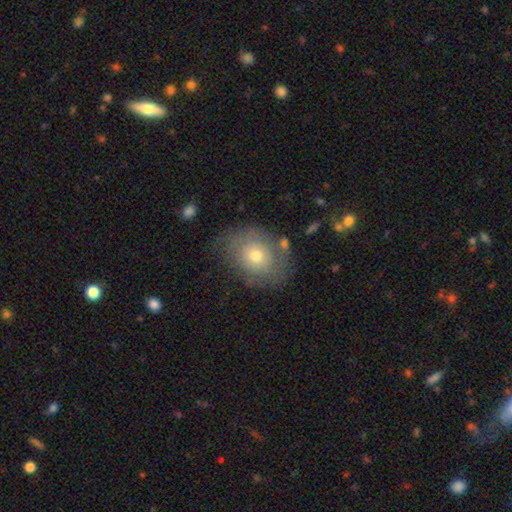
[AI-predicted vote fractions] Overall: smooth (46%; featured or disk 45%). Merging: none (70%).